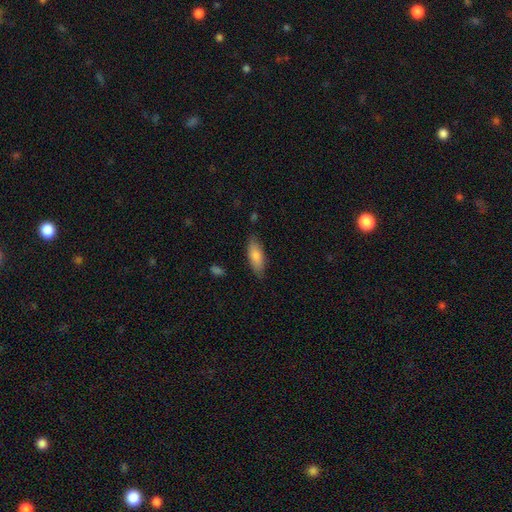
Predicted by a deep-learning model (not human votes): Smooth or featured? Predicted: smooth (p=0.78). How rounded? Predicted: in between (p=0.75). Merging? Predicted: none (p=0.82).